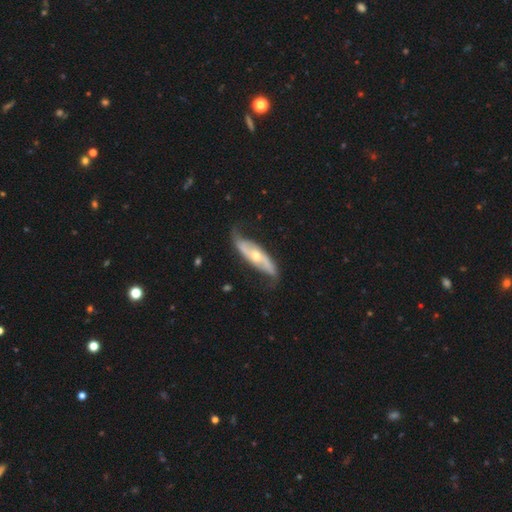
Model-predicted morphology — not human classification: Smooth or featured? Predicted: featured or disk (p=0.76). Edge-on disk? Predicted: no (p=0.76). Bar? Predicted: no (p=0.65). Spiral arms? Predicted: yes (p=0.86). Bulge size? Predicted: moderate (p=0.56). Merging? Predicted: none (p=0.67).